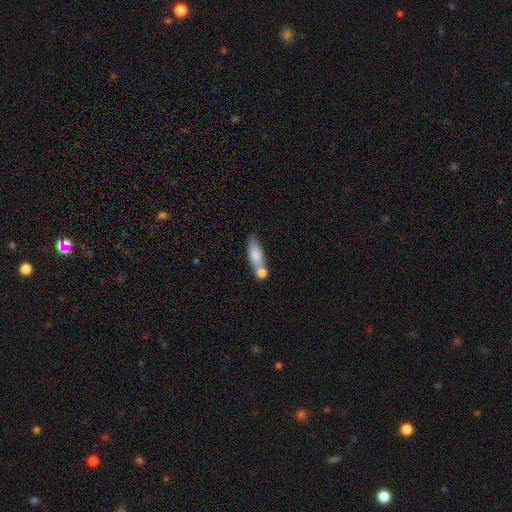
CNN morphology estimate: smooth-or-featured: smooth: 76% | featured or disk: 18% | star or artifact: 7%
  how-rounded: cigar-shaped: 49% | in between: 48% | round: 3%
  merging: none: 47% | merger: 34% | minor disturbance: 14% | major disturbance: 5%